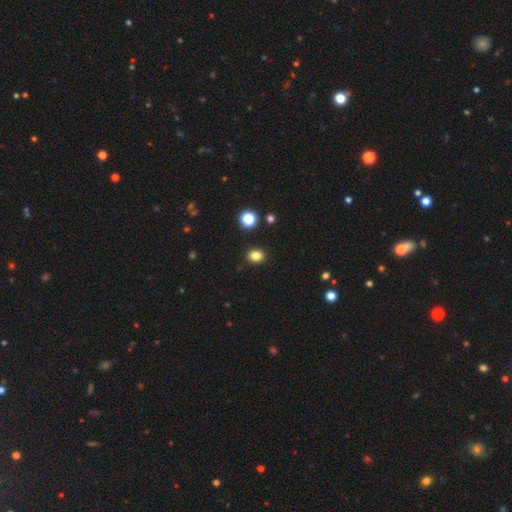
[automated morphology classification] Q: Smooth or featured?
A: smooth (83%); runner-up: star or artifact (12%)
Q: How rounded?
A: round (61%); runner-up: in between (39%)
Q: Merging?
A: none (90%); runner-up: minor disturbance (6%)